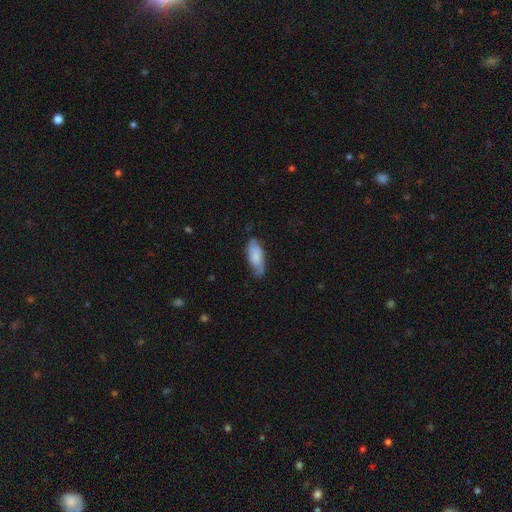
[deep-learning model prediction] Smooth or featured: smooth — 72% (featured or disk — 22%)
How rounded: in between — 76% (cigar-shaped — 22%)
Merging: none — 67% (minor disturbance — 26%)